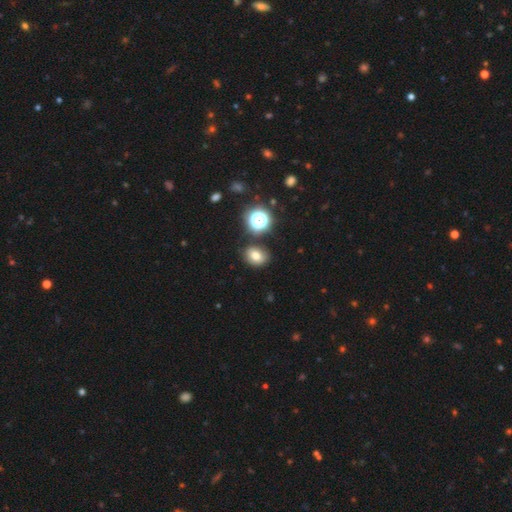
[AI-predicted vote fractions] smooth 72%, star or artifact 17%, featured or disk 10%. Down the decision tree: how rounded — in between (52%); merging — none (81%).